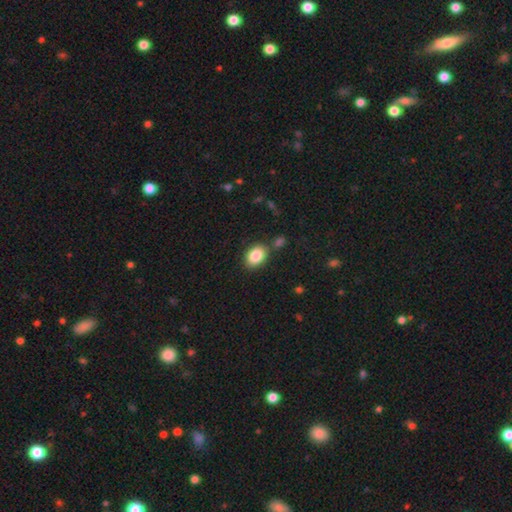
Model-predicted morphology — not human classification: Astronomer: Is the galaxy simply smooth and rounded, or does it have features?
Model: smooth — 87%.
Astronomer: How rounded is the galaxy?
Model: in between — 79%.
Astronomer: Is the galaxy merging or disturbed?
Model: none — 79%.